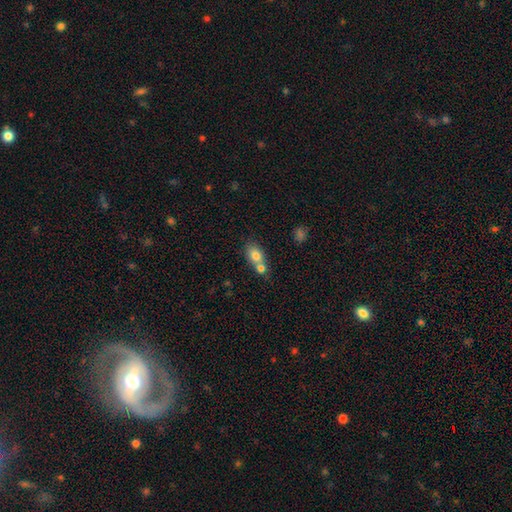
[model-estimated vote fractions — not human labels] Smooth or featured? Predicted: smooth (p=0.76). How rounded? Predicted: in between (p=0.69). Merging? Predicted: merger (p=0.56).